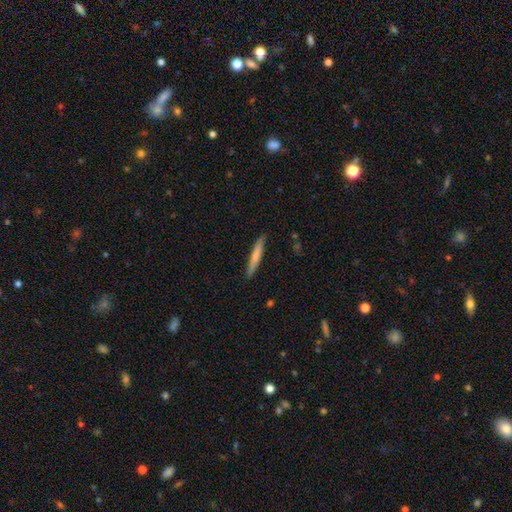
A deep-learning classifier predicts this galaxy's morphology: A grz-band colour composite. It shows a smooth galaxy with no disk features (71%) that is cigar-shaped (95%). Merging: none (88%).